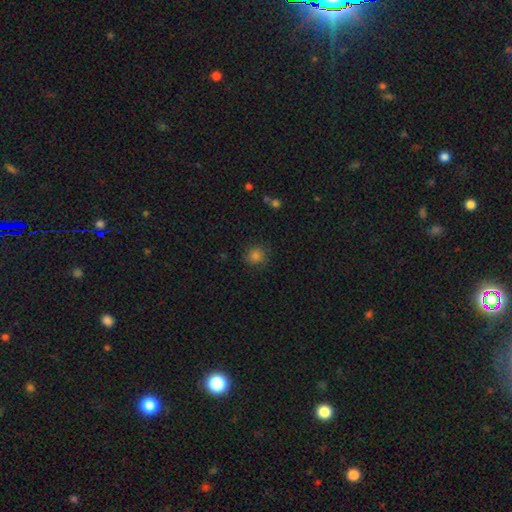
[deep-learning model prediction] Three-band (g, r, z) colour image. It shows a smooth galaxy with no disk features (81%) that is round (87%). Merging: none (81%).